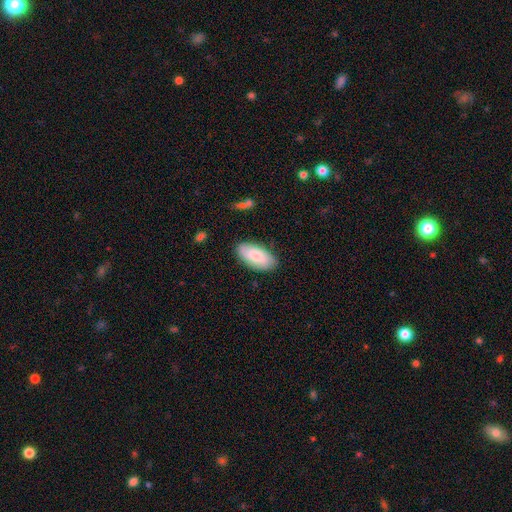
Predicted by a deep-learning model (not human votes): A smooth galaxy with no disk features (79%) that is in between round and cigar-shaped (93%).

Vote fractions:
- Smooth or featured? smooth: 79% / featured or disk: 15% / star or artifact: 6%
- How rounded? in between: 93% / cigar-shaped: 5% / round: 2%
- Merging? none: 84% / minor disturbance: 12% / major disturbance: 3% / merger: 1%